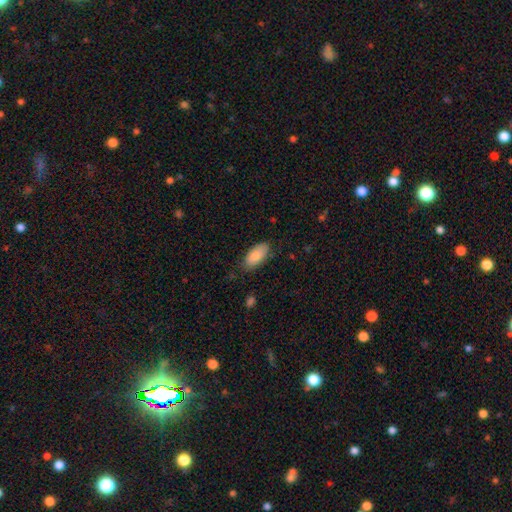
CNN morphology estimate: Smooth or featured? smooth (85%)
How rounded? in between (91%)
Merging? none (79%)